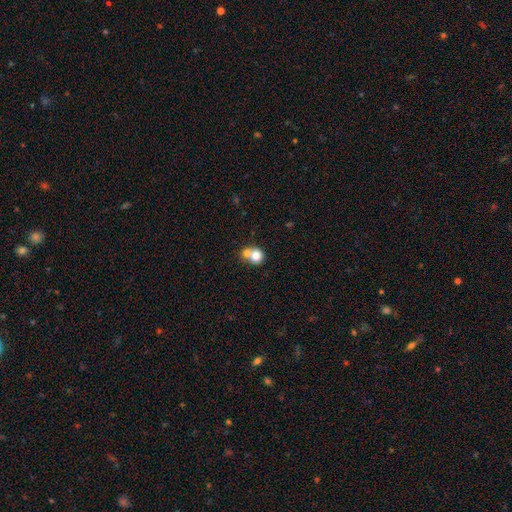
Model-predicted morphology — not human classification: The model was most divided on "merging": merger: 59%, none: 32%, minor disturbance: 6%, major disturbance: 3%. More confident: how rounded — round (80%); smooth or featured — smooth (77%).